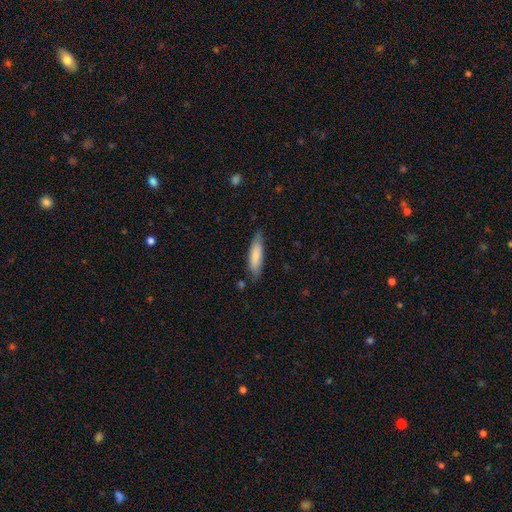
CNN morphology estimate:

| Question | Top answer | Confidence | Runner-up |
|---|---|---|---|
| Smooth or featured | smooth | 77% | featured or disk (17%) |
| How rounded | cigar-shaped | 60% | in between (39%) |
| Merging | none | 77% | minor disturbance (18%) |